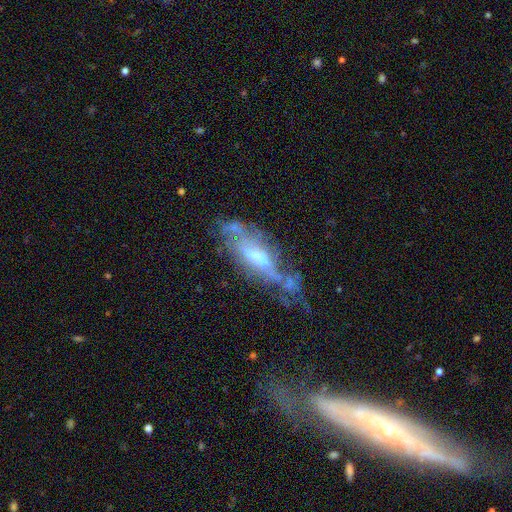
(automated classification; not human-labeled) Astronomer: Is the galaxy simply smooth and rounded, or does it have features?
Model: featured or disk — 68%.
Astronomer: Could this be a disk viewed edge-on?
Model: no — 73%.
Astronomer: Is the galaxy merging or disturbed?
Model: none — 36% (runner-up: major disturbance, 27%).